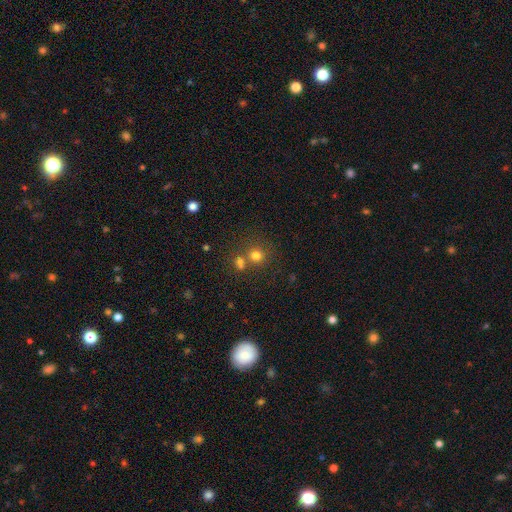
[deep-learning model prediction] smooth-or-featured: smooth: 76% | star or artifact: 16% | featured or disk: 8%
  how-rounded: round: 84% | in between: 15% | cigar-shaped: 1%
  merging: none: 57% | merger: 31% | minor disturbance: 8% | major disturbance: 4%